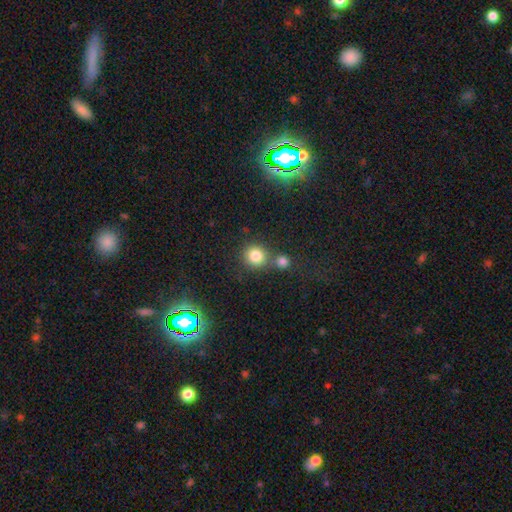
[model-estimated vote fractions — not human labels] This is clearly a smooth galaxy (81%). How rounded: clearly round (89%). Merging: possibly none (58%).